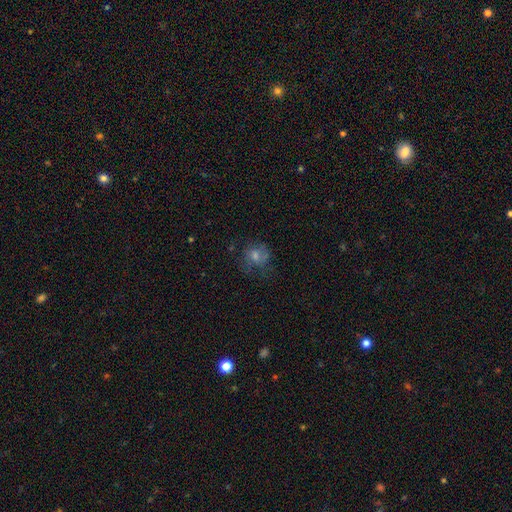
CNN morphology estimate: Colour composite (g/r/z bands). It shows a smooth galaxy with no disk features (46%). Merging: none (59%).